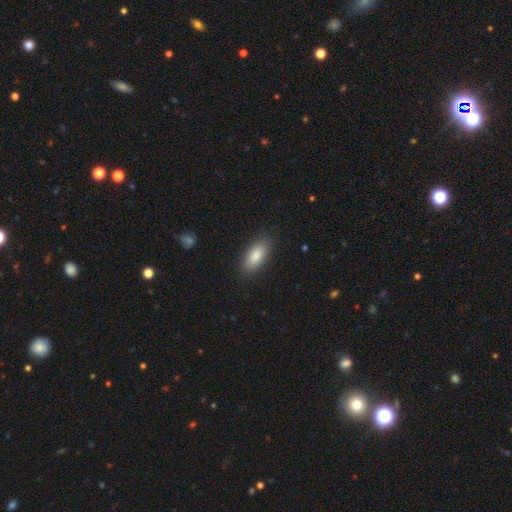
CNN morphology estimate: This appears to be a smooth galaxy with no disk features (86%) that is in between round and cigar-shaped (82%). Merging: none (86%).